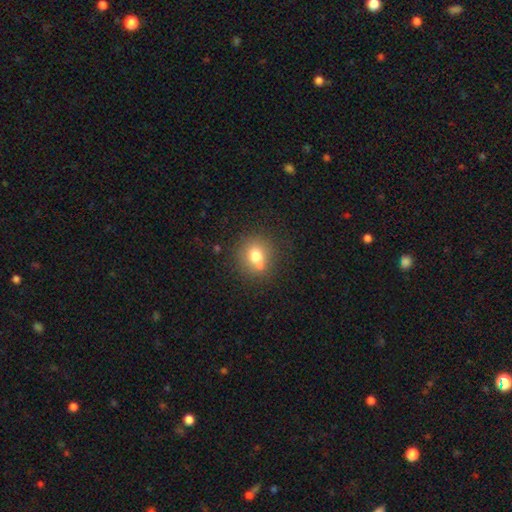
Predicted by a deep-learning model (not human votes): Smooth or featured: smooth — 71% (featured or disk — 17%)
How rounded: round — 84% (in between — 15%)
Merging: none — 60% (merger — 25%)